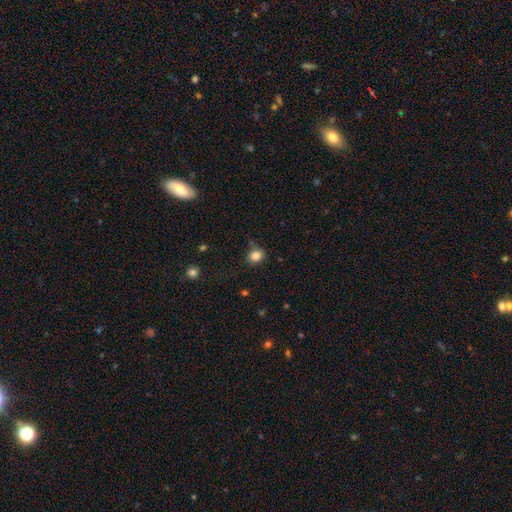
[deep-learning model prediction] This is clearly a smooth galaxy (84%). How rounded: likely round (62%). Merging: likely none (74%).